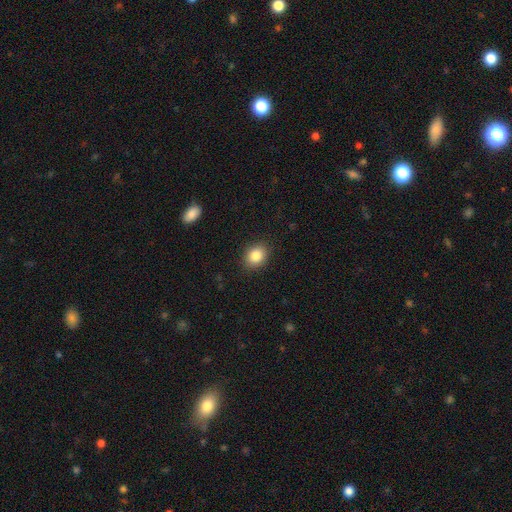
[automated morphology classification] This appears to be a smooth galaxy with no disk features (85%) that is in between round and cigar-shaped (50%). Merging: none (88%).